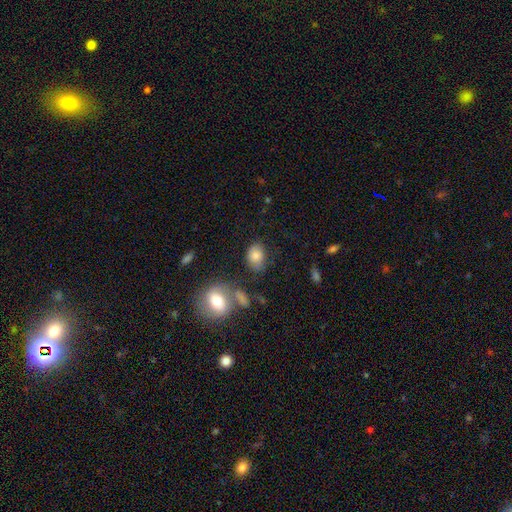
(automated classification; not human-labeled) smooth_or_featured: smooth (p=0.79) [alt: featured or disk p=0.11]
how_rounded: in between (p=0.70) [alt: round p=0.29]
merging: none (p=0.64) [alt: minor disturbance p=0.21]